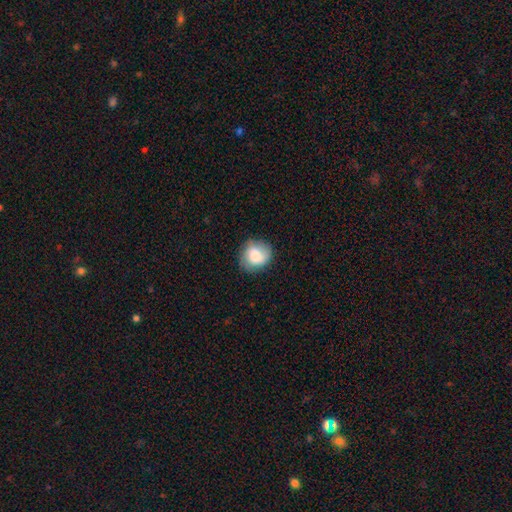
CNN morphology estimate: Q: Smooth or featured?
A: smooth (73%); runner-up: featured or disk (19%)
Q: How rounded?
A: round (78%); runner-up: in between (21%)
Q: Merging?
A: none (77%); runner-up: minor disturbance (17%)